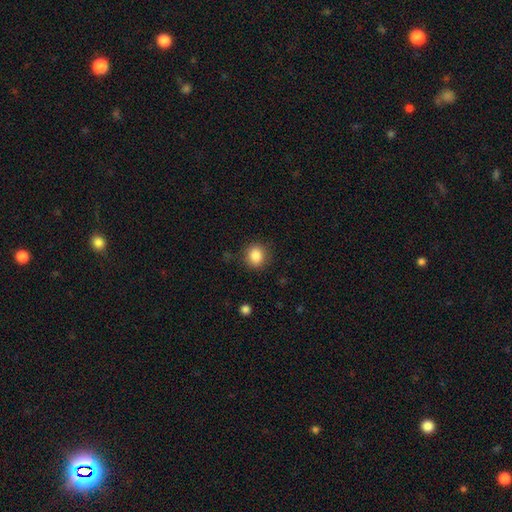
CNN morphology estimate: Smooth or featured?
  - smooth: 85% *
  - star or artifact: 10%
  - featured or disk: 5%
How rounded?
  - round: 78% *
  - in between: 21%
  - cigar-shaped: 1%
Merging?
  - none: 86% *
  - minor disturbance: 10%
  - major disturbance: 3%
  - merger: 1%